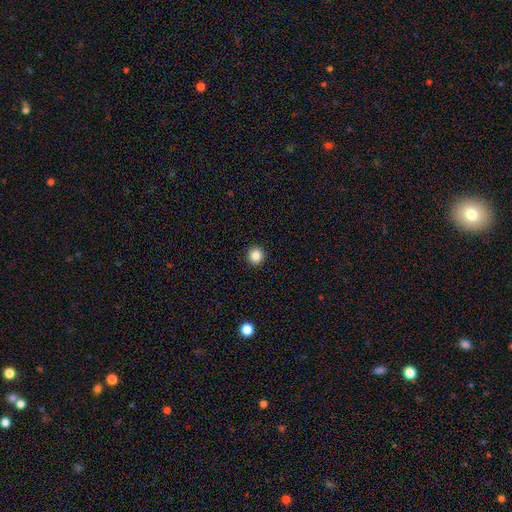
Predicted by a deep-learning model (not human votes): This is clearly a smooth galaxy (87%). How rounded: clearly round (93%). Merging: clearly none (93%).